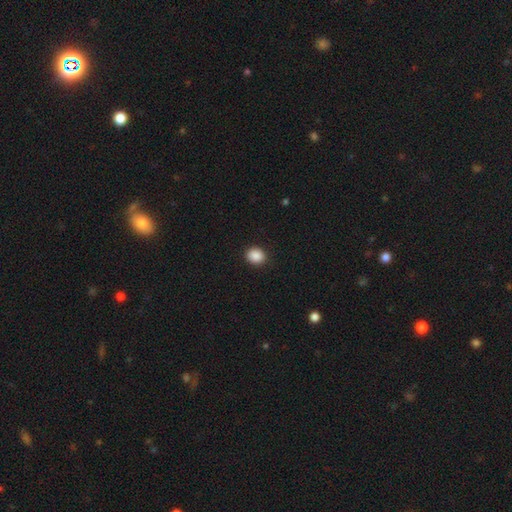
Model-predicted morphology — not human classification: smooth 89%, star or artifact 9%, featured or disk 2%. Down the decision tree: how rounded — round (64%); merging — none (91%).